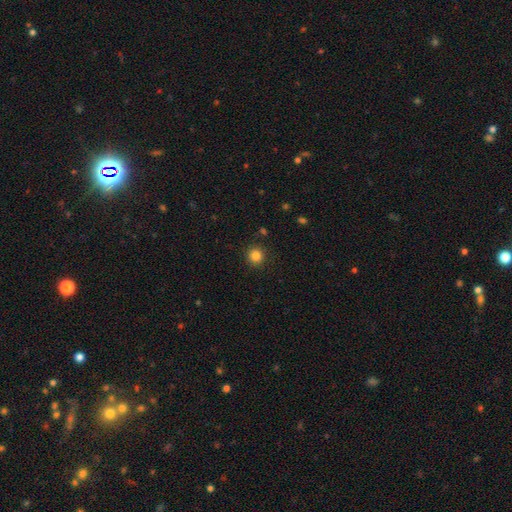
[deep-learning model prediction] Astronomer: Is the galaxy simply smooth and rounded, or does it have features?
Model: smooth — 84%.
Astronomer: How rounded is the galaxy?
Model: round — 94%.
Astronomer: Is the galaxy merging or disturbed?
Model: none — 91%.